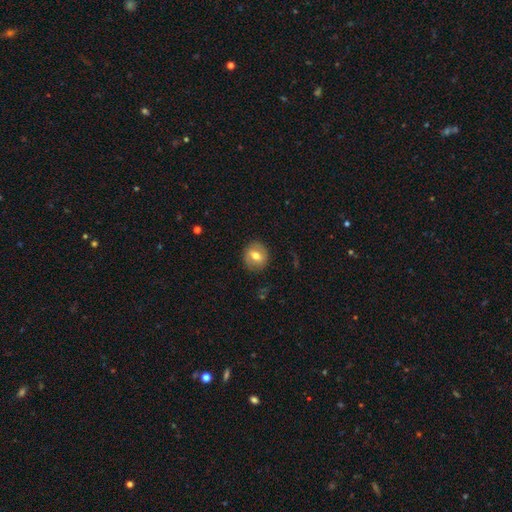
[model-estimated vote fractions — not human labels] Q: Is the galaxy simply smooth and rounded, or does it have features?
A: smooth — 56%.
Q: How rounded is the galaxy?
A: round — 78%.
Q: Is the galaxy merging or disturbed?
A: none — 84%.